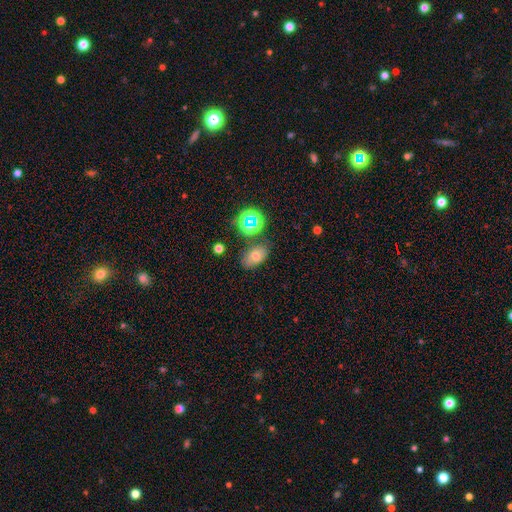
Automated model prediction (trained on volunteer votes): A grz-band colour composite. It shows a smooth galaxy with no disk features (66%) that is in between round and cigar-shaped (83%). Merging: none (75%).